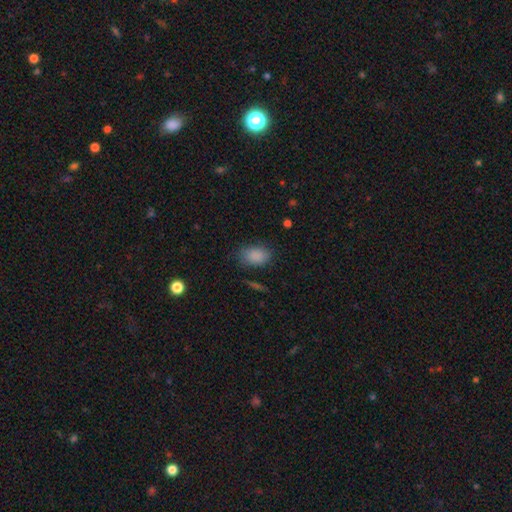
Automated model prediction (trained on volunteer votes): A smooth galaxy with no disk features (86%) that is in between round and cigar-shaped (79%). Merging: none (76%).